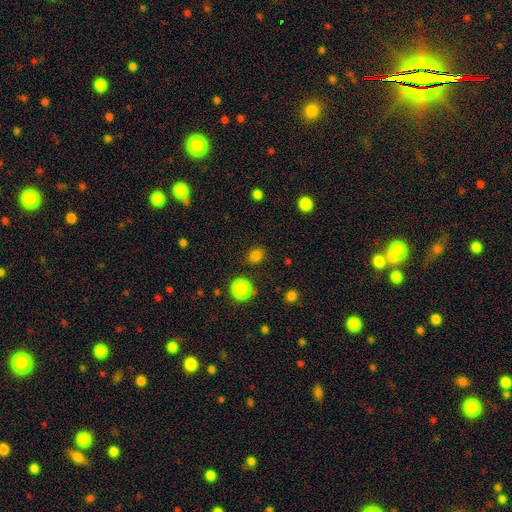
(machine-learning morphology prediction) This is likely a smooth galaxy (80%). How rounded: possibly round (58%). Merging: clearly none (85%).